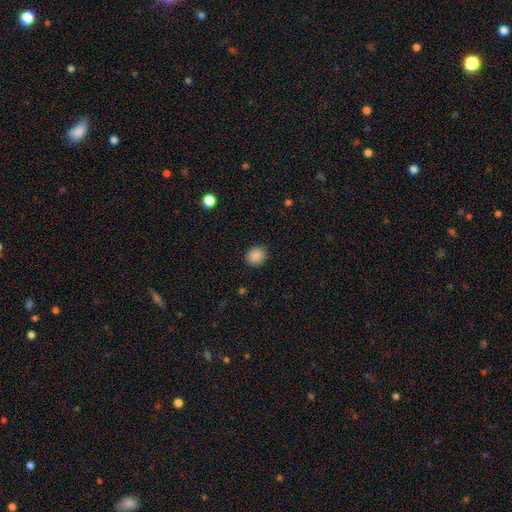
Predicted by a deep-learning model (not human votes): smooth-or-featured: smooth: 88% | star or artifact: 9% | featured or disk: 3%
  how-rounded: round: 78% | in between: 21% | cigar-shaped: 1%
  merging: none: 91% | minor disturbance: 6% | major disturbance: 2% | merger: 1%